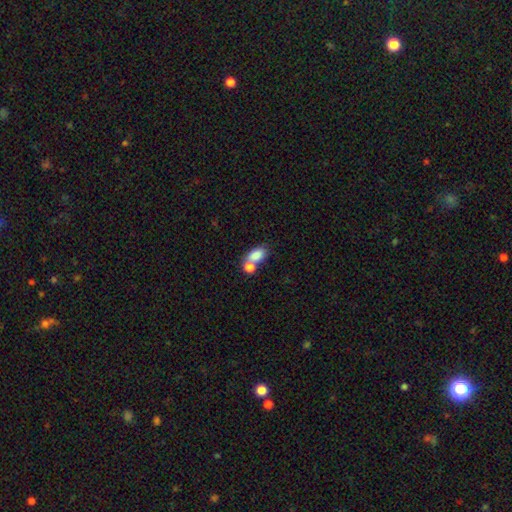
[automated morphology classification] smooth-or-featured: smooth: 81% | featured or disk: 11% | star or artifact: 9%
  how-rounded: in between: 84% | round: 13% | cigar-shaped: 3%
  merging: merger: 51% | none: 35% | minor disturbance: 10% | major disturbance: 5%